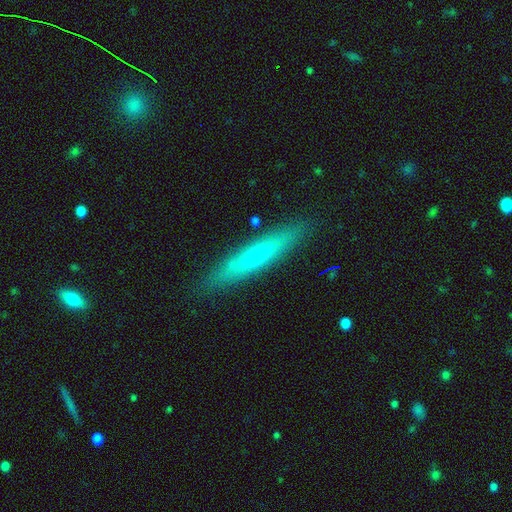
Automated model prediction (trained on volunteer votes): This is possibly a featured or disk galaxy (50%). Merging: clearly none (87%).